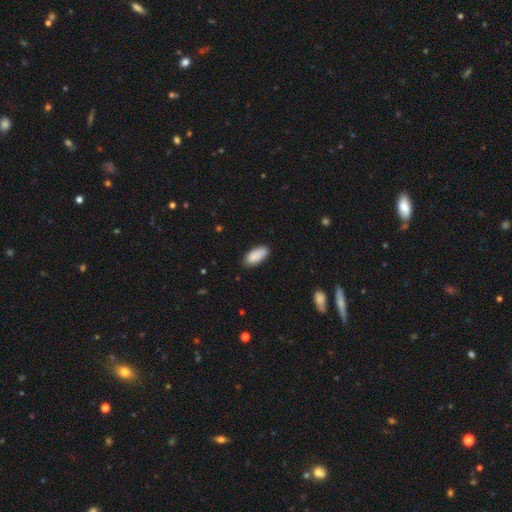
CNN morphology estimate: A smooth galaxy with no disk features (89%) that is in between round and cigar-shaped (89%). Merging: none (79%).